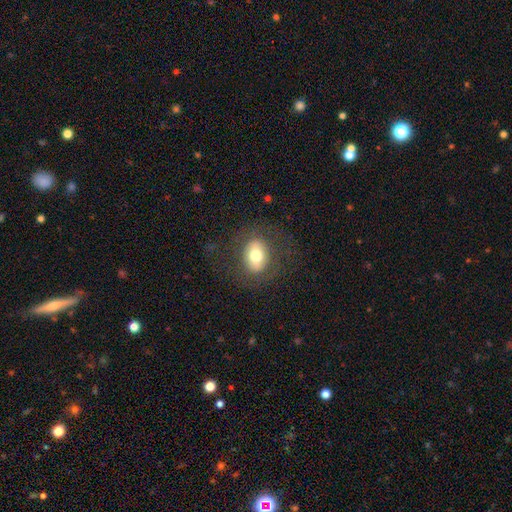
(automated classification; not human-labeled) Q: Smooth or featured?
A: smooth (66%); runner-up: featured or disk (25%)
Q: How rounded?
A: in between (64%); runner-up: round (34%)
Q: Merging?
A: none (77%); runner-up: minor disturbance (13%)